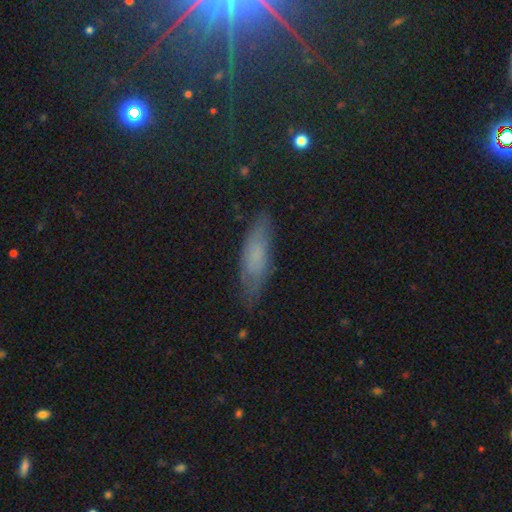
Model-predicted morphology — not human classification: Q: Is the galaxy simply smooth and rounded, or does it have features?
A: smooth — 59%.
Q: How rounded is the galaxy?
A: cigar-shaped — 49%.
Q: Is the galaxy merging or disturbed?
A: none — 74%.